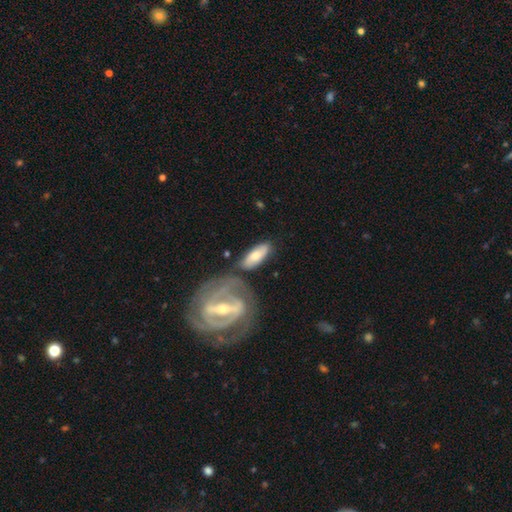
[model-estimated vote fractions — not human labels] Overall: smooth (58%; featured or disk 37%). How rounded: in between (71%). Merging: none (62%).